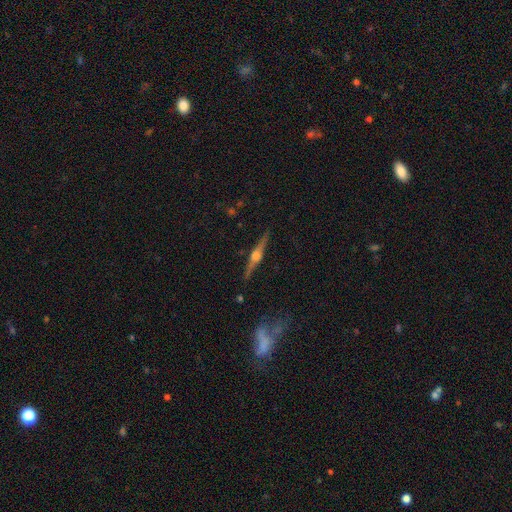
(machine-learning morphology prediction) Smooth or featured?
  - featured or disk: 84% *
  - smooth: 10%
  - star or artifact: 6%
Edge-on disk?
  - yes: 98% *
  - no: 2%
Edge-on bulge?
  - rounded: 93% *
  - boxy: 5%
  - none: 2%
Merging?
  - none: 90% *
  - minor disturbance: 7%
  - major disturbance: 2%
  - merger: 1%